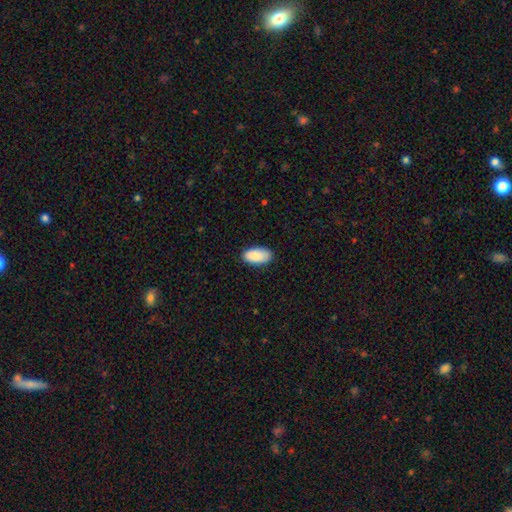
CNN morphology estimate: The model was most divided on "merging": none: 87%, minor disturbance: 10%, major disturbance: 2%, merger: 1%. More confident: how rounded — in between (95%); smooth or featured — smooth (89%).